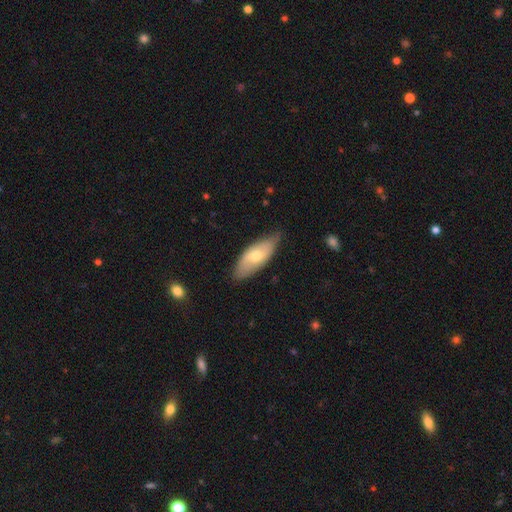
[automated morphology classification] A smooth galaxy with no disk features (60%) that is in between round and cigar-shaped (82%).

Vote fractions:
- Smooth or featured? smooth: 60% / featured or disk: 34% / star or artifact: 6%
- How rounded? in between: 82% / cigar-shaped: 16% / round: 2%
- Merging? none: 71% / minor disturbance: 24% / major disturbance: 4% / merger: 1%